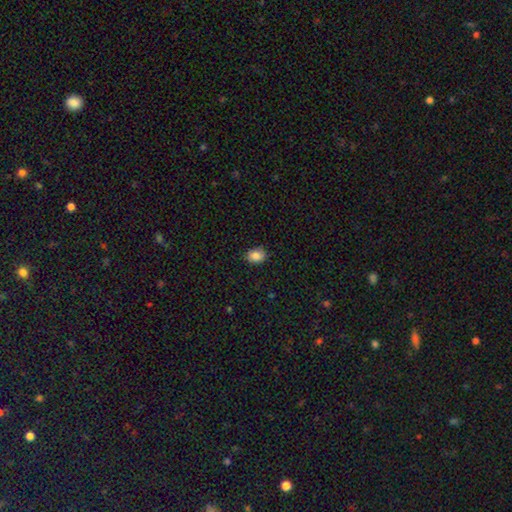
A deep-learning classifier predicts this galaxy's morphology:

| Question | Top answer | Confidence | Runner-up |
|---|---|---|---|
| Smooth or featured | smooth | 85% | star or artifact (9%) |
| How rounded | in between | 65% | round (34%) |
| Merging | none | 84% | minor disturbance (13%) |